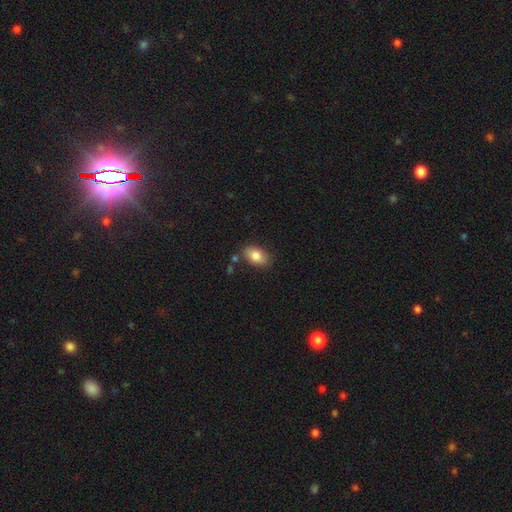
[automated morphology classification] smooth_or_featured: smooth (p=0.83) [alt: featured or disk p=0.09]
how_rounded: in between (p=0.90) [alt: round p=0.09]
merging: none (p=0.80) [alt: minor disturbance p=0.13]